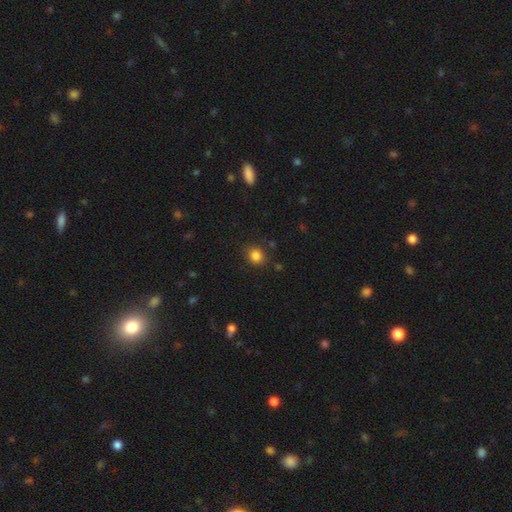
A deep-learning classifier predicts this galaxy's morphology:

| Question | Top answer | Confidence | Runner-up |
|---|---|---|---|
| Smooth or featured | smooth | 83% | star or artifact (12%) |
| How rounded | round | 74% | in between (25%) |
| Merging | none | 83% | minor disturbance (11%) |